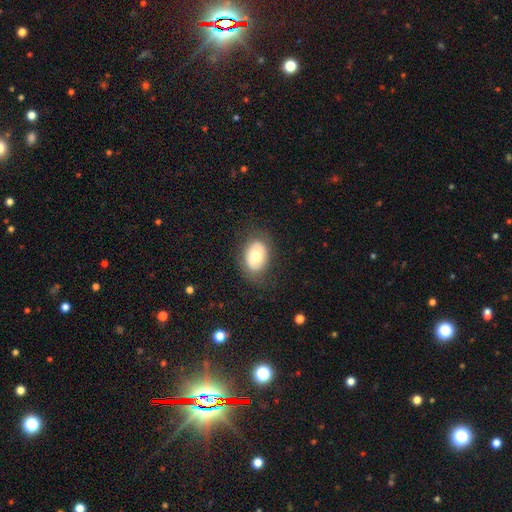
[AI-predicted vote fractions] Smooth or featured: smooth — 65% (featured or disk — 27%)
How rounded: in between — 76% (round — 23%)
Merging: none — 78% (minor disturbance — 15%)